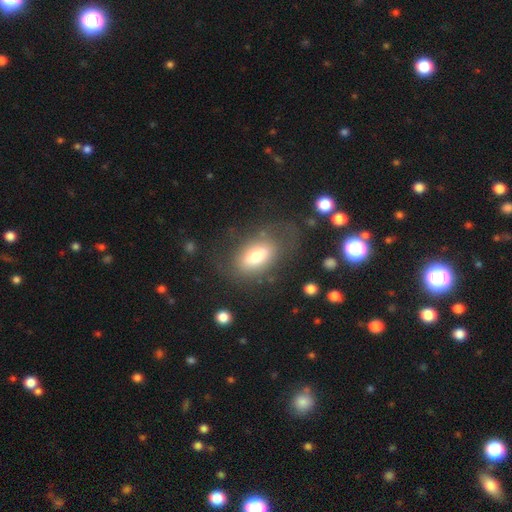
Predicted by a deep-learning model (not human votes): Morphology: type=smooth (65%); roundness=in between (87%); merging=none (60%).